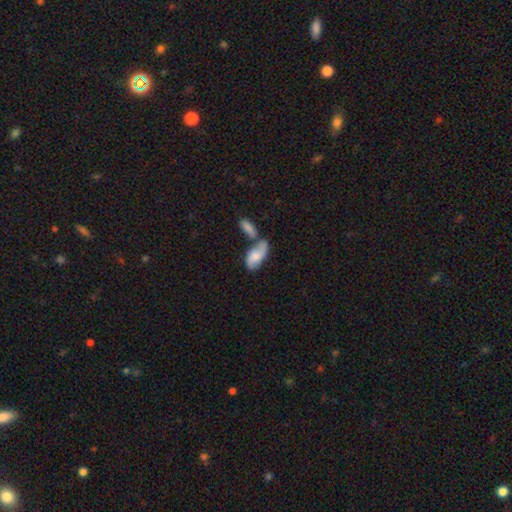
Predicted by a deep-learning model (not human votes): Smooth or featured: smooth — 61% (featured or disk — 33%)
How rounded: in between — 88% (cigar-shaped — 8%)
Merging: merger — 46% (none — 31%)